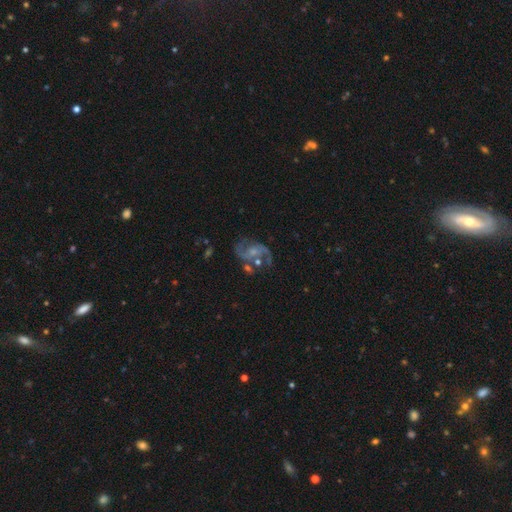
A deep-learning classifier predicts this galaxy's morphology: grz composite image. It shows a featured or disk galaxy (84%) with no bar (48%), 2 (89%) medium (46%) spiral arms (95%) and a small central bulge (49%). Merging: none (60%).